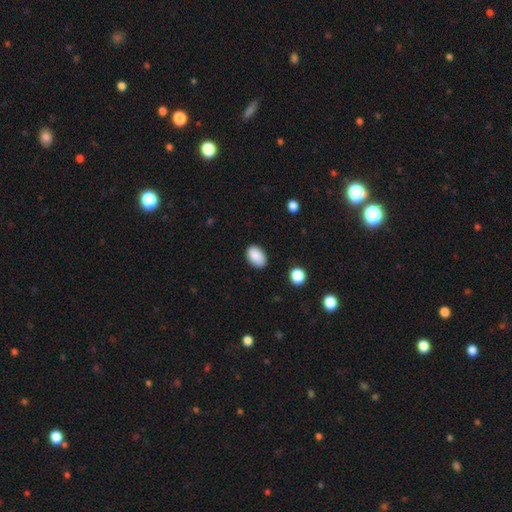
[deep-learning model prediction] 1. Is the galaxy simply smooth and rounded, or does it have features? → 89% smooth, 8% star or artifact, 3% featured or disk.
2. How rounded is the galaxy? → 88% in between, 10% round, 1% cigar-shaped.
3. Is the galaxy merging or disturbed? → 84% none, 12% minor disturbance, 2% major disturbance, 1% merger.